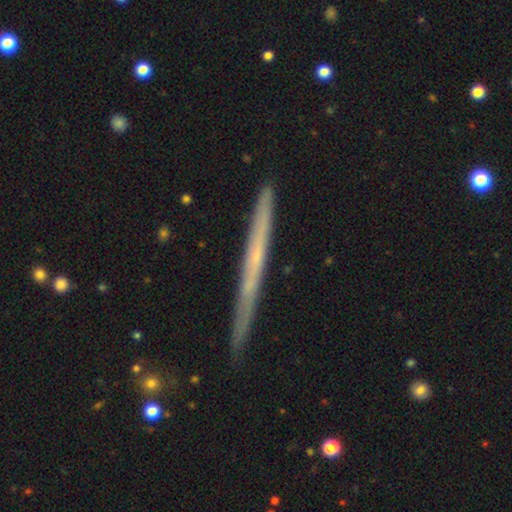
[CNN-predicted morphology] smooth_or_featured: featured or disk (p=0.59) [alt: smooth p=0.34]
disk_edge_on: yes (p=0.97) [alt: no p=0.03]
edge_on_bulge: none (p=0.85) [alt: rounded p=0.12]
merging: none (p=0.86) [alt: minor disturbance p=0.11]